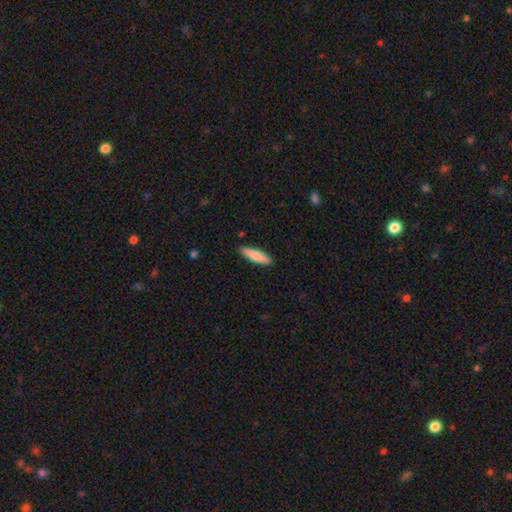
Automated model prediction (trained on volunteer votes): Smooth or featured?
  - smooth: 81% *
  - featured or disk: 14%
  - star or artifact: 5%
How rounded?
  - cigar-shaped: 72% *
  - in between: 26%
  - round: 1%
Merging?
  - none: 89% *
  - minor disturbance: 8%
  - major disturbance: 2%
  - merger: 1%